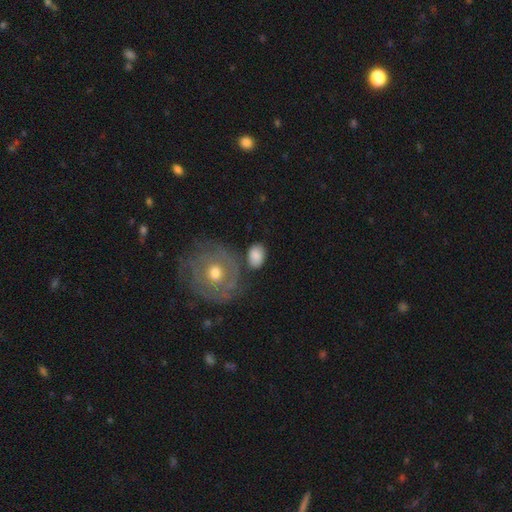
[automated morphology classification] smooth-or-featured: smooth: 78% | featured or disk: 15% | star or artifact: 7%
  how-rounded: in between: 76% | round: 23% | cigar-shaped: 1%
  merging: none: 66% | minor disturbance: 18% | merger: 10% | major disturbance: 6%